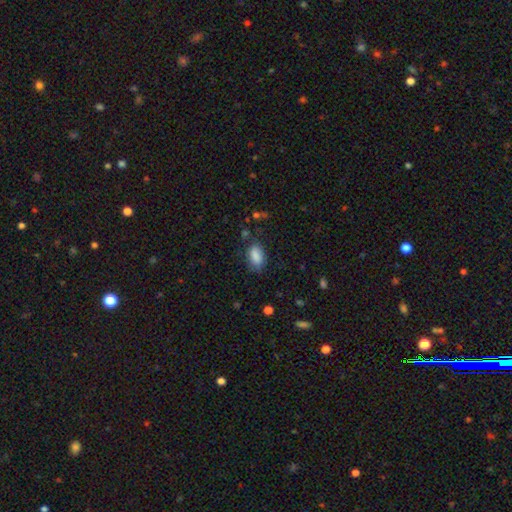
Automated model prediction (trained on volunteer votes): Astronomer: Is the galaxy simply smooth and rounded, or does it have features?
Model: smooth — 86%.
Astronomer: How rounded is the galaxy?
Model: in between — 91%.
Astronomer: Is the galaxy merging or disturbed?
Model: none — 73%.